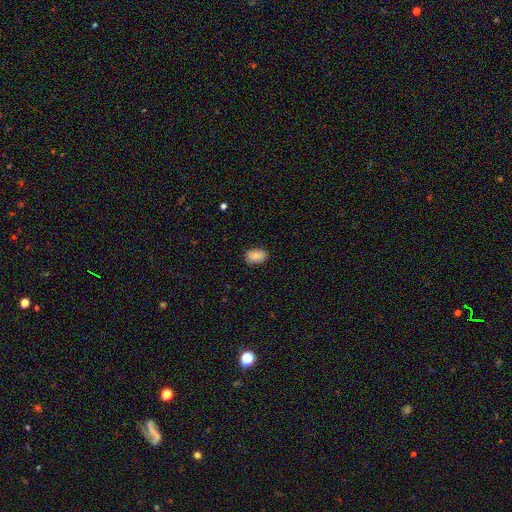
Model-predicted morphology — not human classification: Smooth or featured? smooth (81%)
How rounded? in between (82%)
Merging? none (81%)